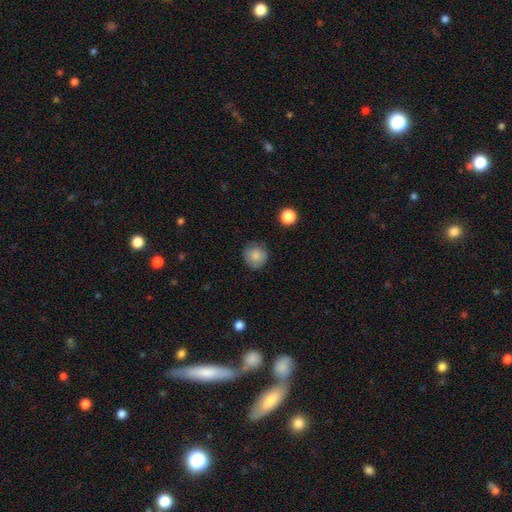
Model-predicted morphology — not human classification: smooth-or-featured: smooth: 84% | star or artifact: 9% | featured or disk: 8%
  how-rounded: round: 89% | in between: 10% | cigar-shaped: 1%
  merging: none: 80% | minor disturbance: 15% | major disturbance: 3% | merger: 1%